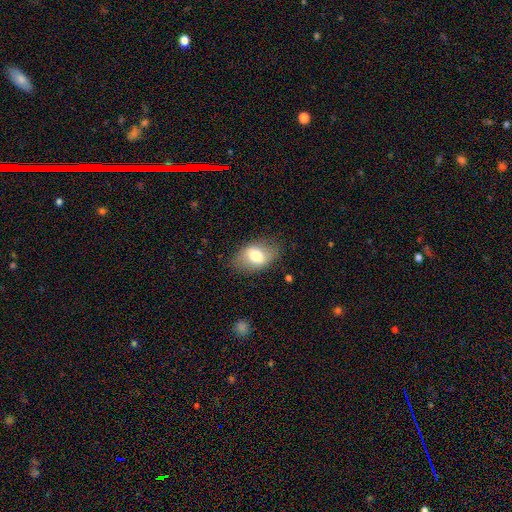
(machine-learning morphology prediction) smooth-or-featured: smooth: 65% | featured or disk: 28% | star or artifact: 7%
  how-rounded: in between: 85% | round: 13% | cigar-shaped: 2%
  merging: none: 78% | minor disturbance: 15% | major disturbance: 5% | merger: 1%